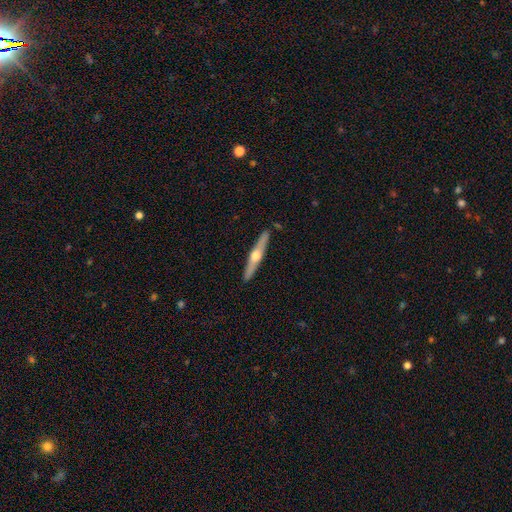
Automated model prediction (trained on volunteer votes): The model was most divided on "smooth or featured": featured or disk: 68%, smooth: 27%, star or artifact: 5%. More confident: edge-on disk — yes (96%); edge-on bulge — rounded (93%); merging — none (91%).